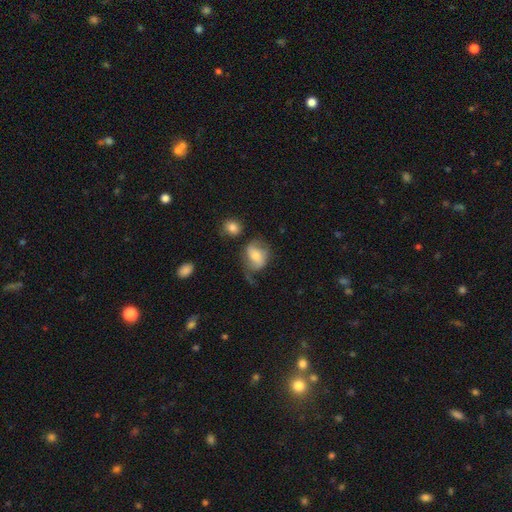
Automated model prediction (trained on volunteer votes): A smooth galaxy with no disk features (50%) that is in between round and cigar-shaped (59%).

Vote fractions:
- Smooth or featured? smooth: 50% / featured or disk: 42% / star or artifact: 8%
- How rounded? in between: 59% / round: 39% / cigar-shaped: 2%
- Merging? none: 42% / minor disturbance: 29% / major disturbance: 23% / merger: 6%